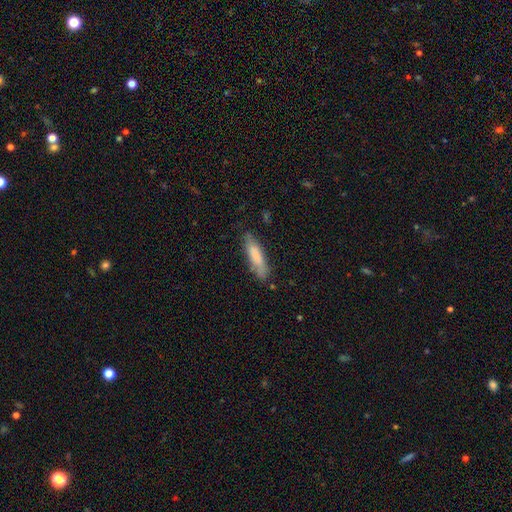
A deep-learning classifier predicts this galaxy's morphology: A smooth galaxy with no disk features (80%) that is cigar-shaped (72%). Merging: none (75%).